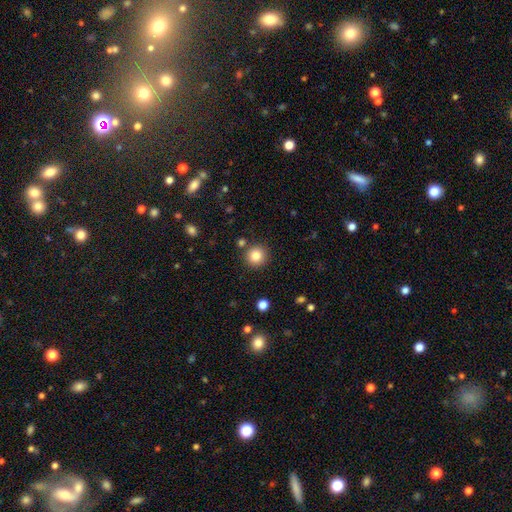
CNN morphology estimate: The model was most divided on "smooth or featured": smooth: 83%, star or artifact: 11%, featured or disk: 6%. More confident: how rounded — round (94%); merging — none (87%).